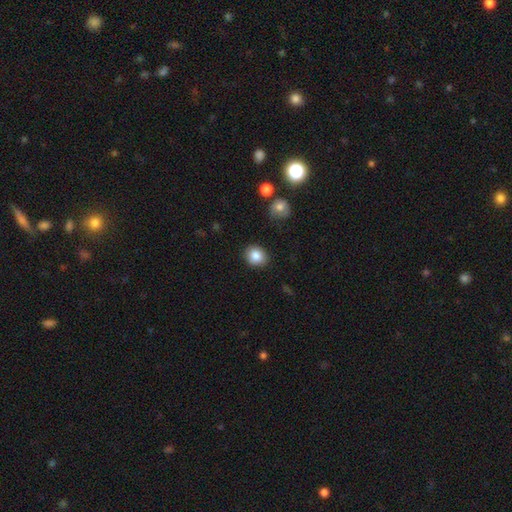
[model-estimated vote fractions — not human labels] A smooth galaxy with no disk features (86%) that is round (69%). Merging: none (88%).